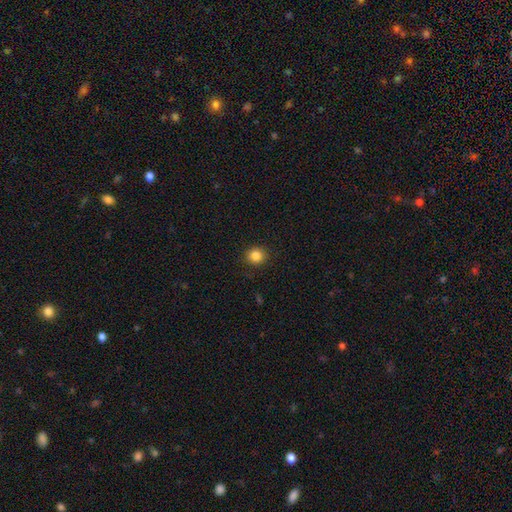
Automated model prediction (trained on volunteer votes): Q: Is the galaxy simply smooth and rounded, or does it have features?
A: smooth — 84%.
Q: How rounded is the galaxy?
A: round — 88%.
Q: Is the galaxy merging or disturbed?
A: none — 90%.